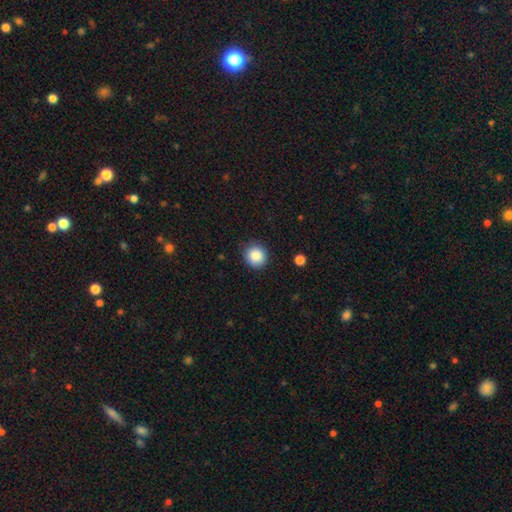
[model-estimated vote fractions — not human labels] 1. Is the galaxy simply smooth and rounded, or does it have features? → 87% smooth, 9% star or artifact, 4% featured or disk.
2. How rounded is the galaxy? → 90% round, 9% in between, 1% cigar-shaped.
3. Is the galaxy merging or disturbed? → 86% none, 10% minor disturbance, 2% major disturbance, 1% merger.